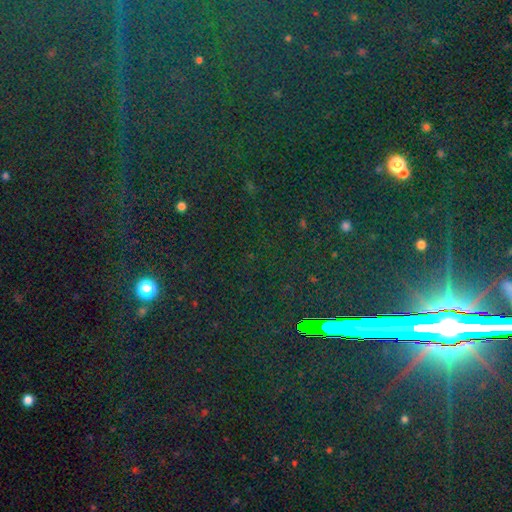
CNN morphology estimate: This is clearly a star or artifact rather than a galaxy (81%).